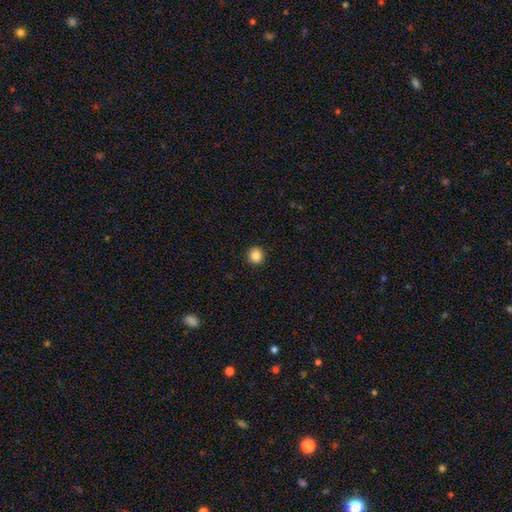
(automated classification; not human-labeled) smooth-or-featured: smooth: 86% | star or artifact: 10% | featured or disk: 4%
  how-rounded: round: 94% | in between: 5% | cigar-shaped: 1%
  merging: none: 93% | minor disturbance: 4% | major disturbance: 2% | merger: 1%